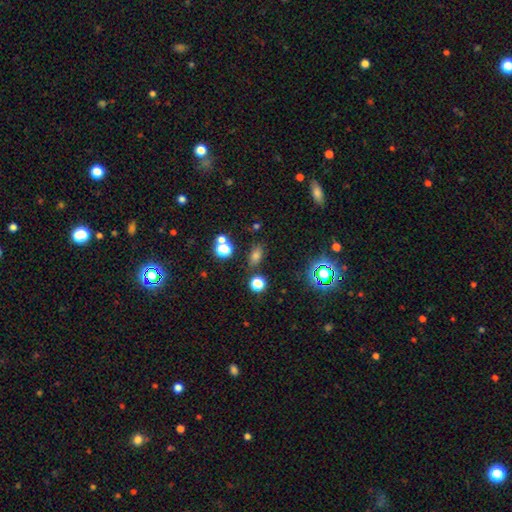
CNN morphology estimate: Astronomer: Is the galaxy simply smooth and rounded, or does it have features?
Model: smooth — 68%.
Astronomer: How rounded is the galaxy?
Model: in between — 74%.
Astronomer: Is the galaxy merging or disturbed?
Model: none — 77%.